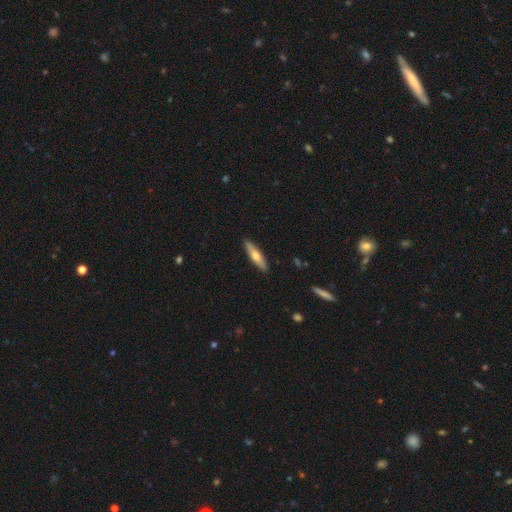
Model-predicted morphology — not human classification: Smooth or featured? Predicted: smooth (p=0.58). How rounded? Predicted: cigar-shaped (p=0.78). Merging? Predicted: none (p=0.90).